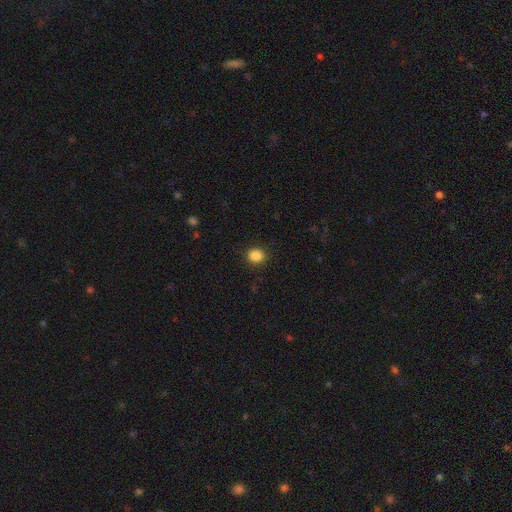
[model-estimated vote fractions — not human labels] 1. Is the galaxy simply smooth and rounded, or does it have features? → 86% smooth, 11% star or artifact, 3% featured or disk.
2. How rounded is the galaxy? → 81% round, 18% in between, 1% cigar-shaped.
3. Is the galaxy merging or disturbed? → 90% none, 6% minor disturbance, 2% major disturbance, 1% merger.